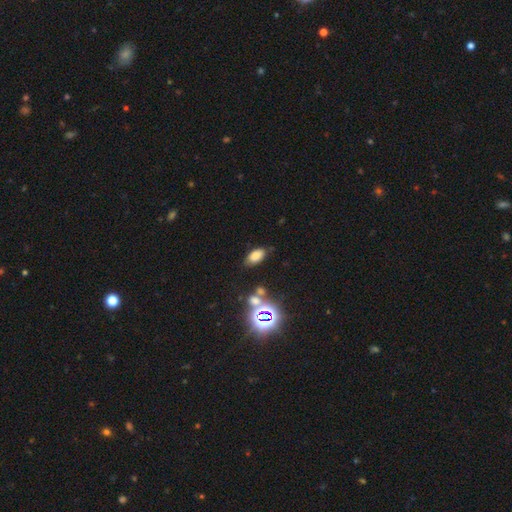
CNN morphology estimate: A smooth galaxy with no disk features (74%) that is in between round and cigar-shaped (92%).

Vote fractions:
- Smooth or featured? smooth: 74% / star or artifact: 18% / featured or disk: 8%
- How rounded? in between: 92% / round: 5% / cigar-shaped: 4%
- Merging? none: 80% / minor disturbance: 12% / merger: 4% / major disturbance: 4%